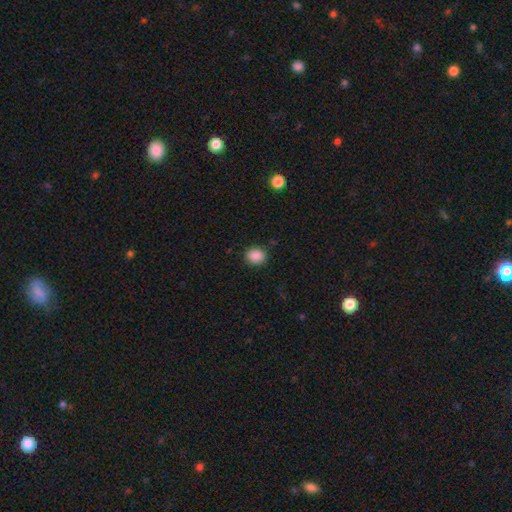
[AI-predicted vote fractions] This is clearly a smooth galaxy (88%). How rounded: likely round (67%). Merging: clearly none (88%).